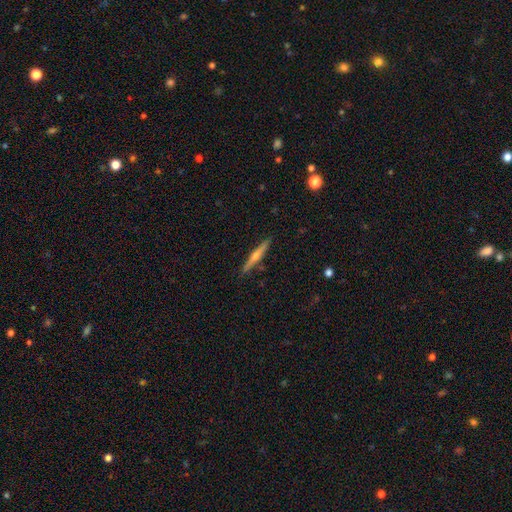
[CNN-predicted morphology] This is likely a featured or disk galaxy (67%). It is clearly viewed edge-on (98%). Edge-on bulge: clearly rounded (88%). Merging: clearly none (90%).